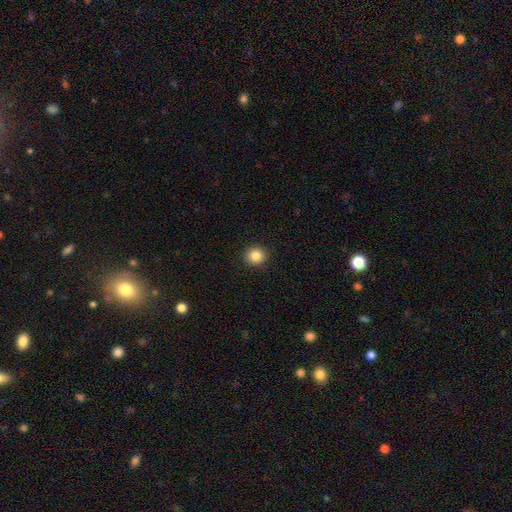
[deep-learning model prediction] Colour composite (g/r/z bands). It shows a smooth galaxy with no disk features (86%) that is round (85%). Merging: none (92%).